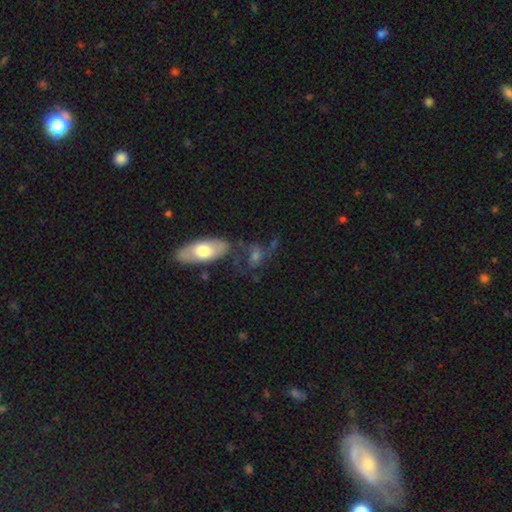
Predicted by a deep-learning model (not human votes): Morphology: type=smooth (45%); merging=none (47%).